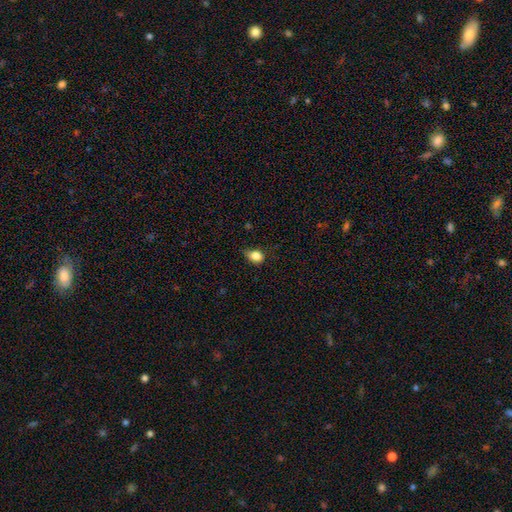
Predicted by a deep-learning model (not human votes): Morphology: type=smooth (84%); roundness=in between (59%); merging=none (61%).